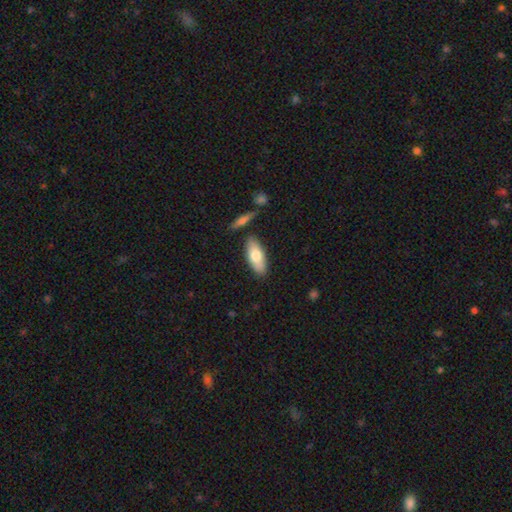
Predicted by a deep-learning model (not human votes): Morphology: type=smooth (73%); roundness=in between (81%); merging=none (81%).